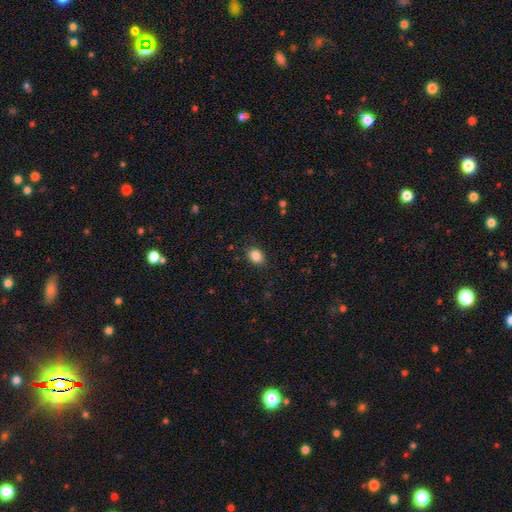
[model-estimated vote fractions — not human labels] A smooth galaxy with no disk features (86%) that is in between round and cigar-shaped (64%). Merging: none (86%).